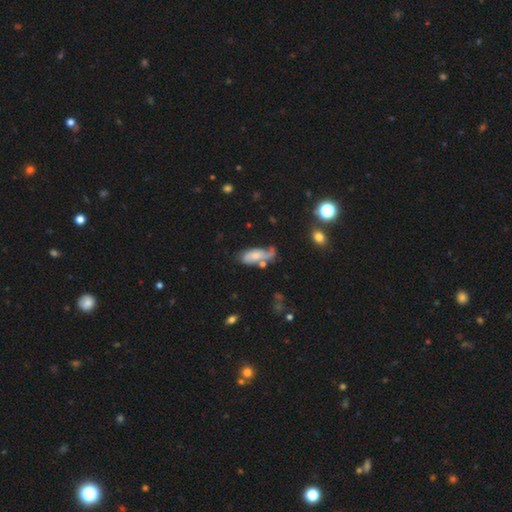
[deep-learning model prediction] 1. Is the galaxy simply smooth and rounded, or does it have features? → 51% smooth, 41% featured or disk, 8% star or artifact.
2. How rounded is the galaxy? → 78% in between, 19% cigar-shaped, 3% round.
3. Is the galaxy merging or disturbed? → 40% none, 29% minor disturbance, 19% major disturbance, 12% merger.